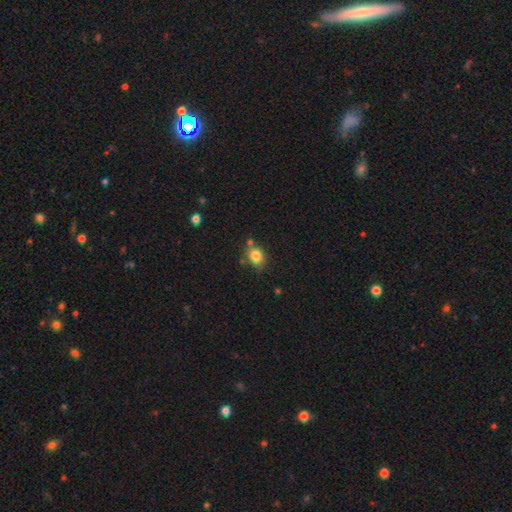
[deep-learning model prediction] This is clearly a smooth galaxy (82%). How rounded: possibly round (59%). Merging: likely none (69%).